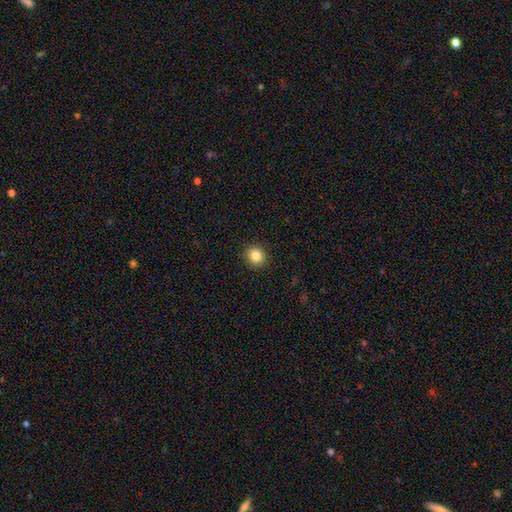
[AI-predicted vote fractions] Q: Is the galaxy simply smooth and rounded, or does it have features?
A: smooth — 84%.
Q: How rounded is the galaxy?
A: round — 85%.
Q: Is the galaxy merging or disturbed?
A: none — 91%.